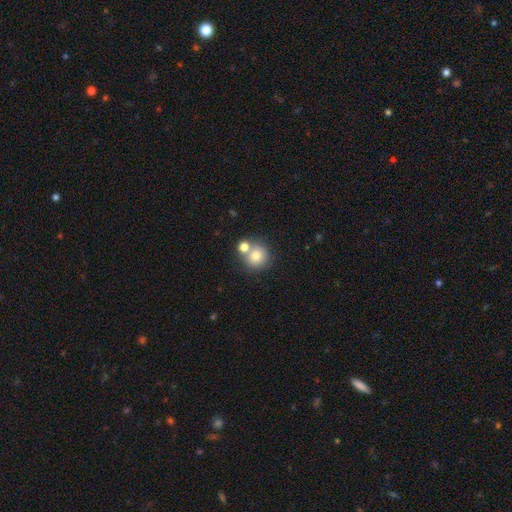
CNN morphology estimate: smooth-or-featured: smooth: 76% | featured or disk: 13% | star or artifact: 11%
  how-rounded: round: 89% | in between: 10% | cigar-shaped: 1%
  merging: none: 52% | merger: 37% | minor disturbance: 8% | major disturbance: 3%